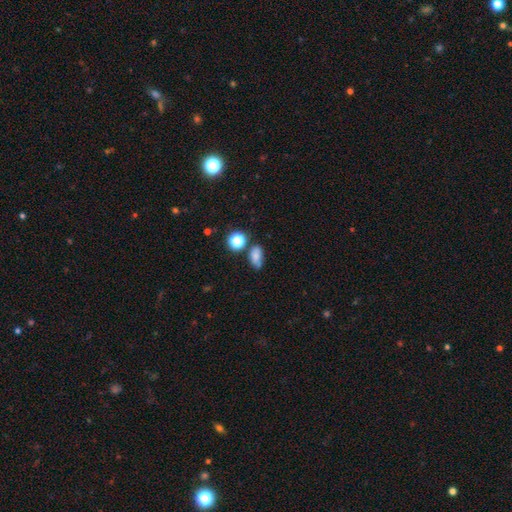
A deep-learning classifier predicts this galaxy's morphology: Smooth or featured? Predicted: smooth (p=0.74). How rounded? Predicted: in between (p=0.79). Merging? Predicted: none (p=0.55).